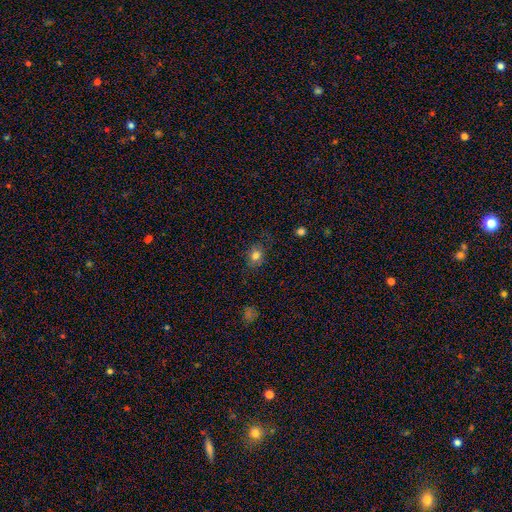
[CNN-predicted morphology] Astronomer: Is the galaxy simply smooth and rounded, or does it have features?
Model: smooth — 78%.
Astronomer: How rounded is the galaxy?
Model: round — 50% (runner-up: in between, 48%).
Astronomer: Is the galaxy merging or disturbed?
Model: none — 76%.